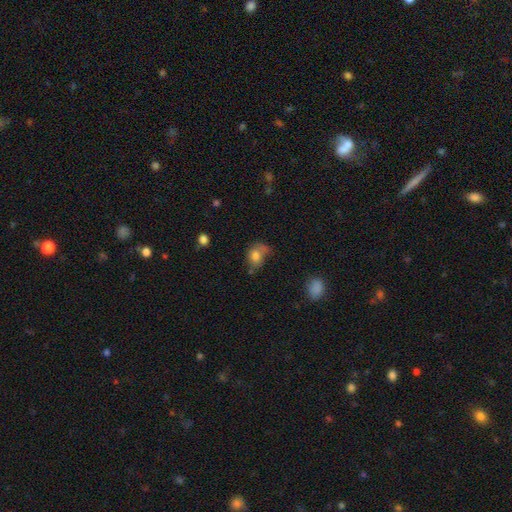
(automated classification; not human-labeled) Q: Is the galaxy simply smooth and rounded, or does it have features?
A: smooth — 75%.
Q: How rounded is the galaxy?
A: in between — 55%.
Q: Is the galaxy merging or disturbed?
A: none — 40%.